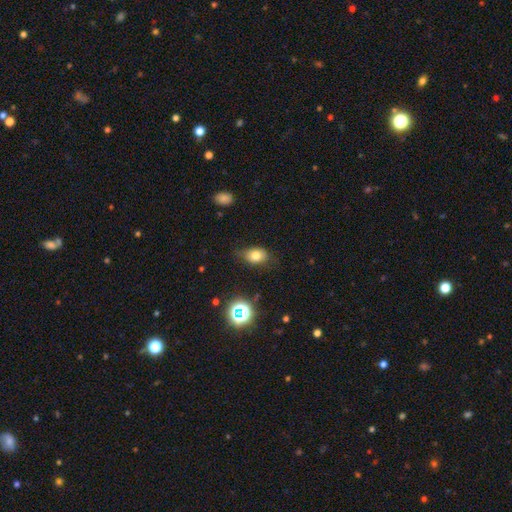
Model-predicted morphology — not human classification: This is likely a smooth galaxy (76%). How rounded: likely in between (74%). Merging: likely none (72%).